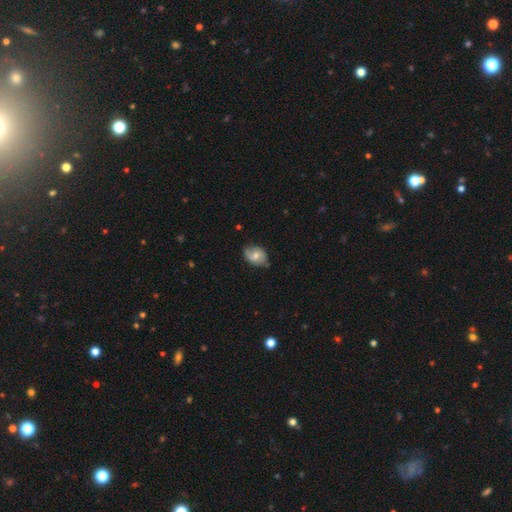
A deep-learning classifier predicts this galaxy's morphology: A smooth galaxy with no disk features (53%) that is in between round and cigar-shaped (66%). Merging: none (66%).